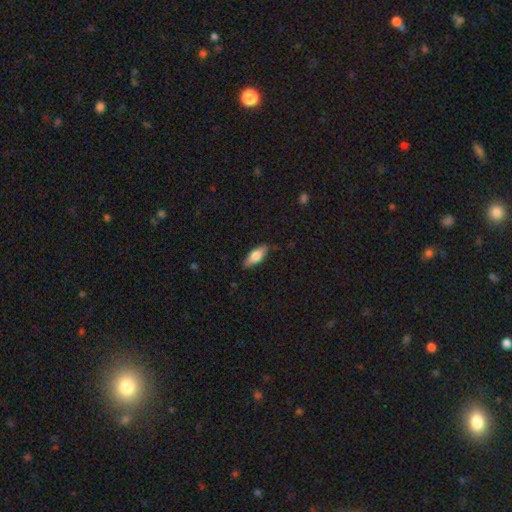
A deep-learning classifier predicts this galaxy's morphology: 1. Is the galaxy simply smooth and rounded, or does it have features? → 66% smooth, 28% featured or disk, 6% star or artifact.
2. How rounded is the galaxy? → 67% in between, 31% cigar-shaped, 3% round.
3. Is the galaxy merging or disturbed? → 85% none, 11% minor disturbance, 2% major disturbance, 1% merger.